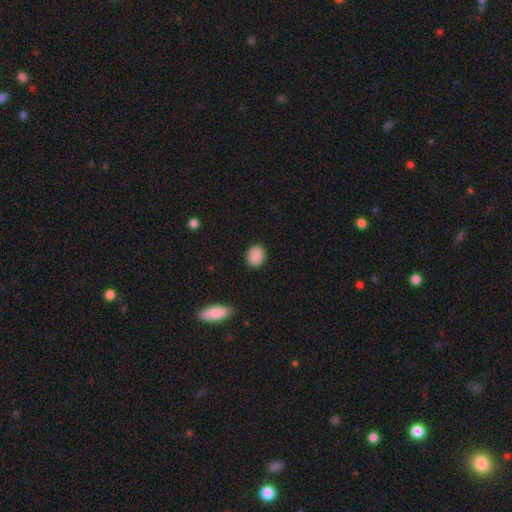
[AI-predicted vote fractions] A smooth galaxy with no disk features (89%) that is round (58%). Merging: none (88%).